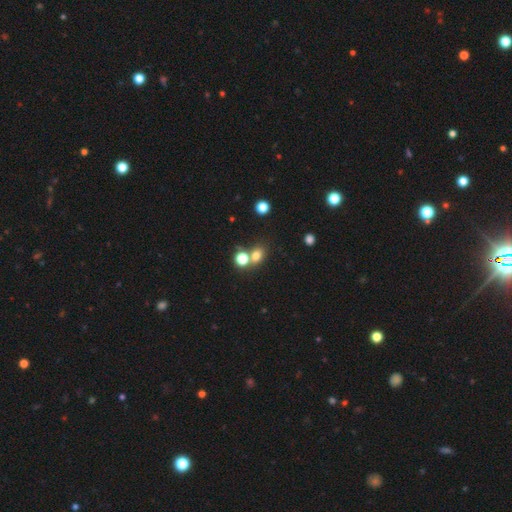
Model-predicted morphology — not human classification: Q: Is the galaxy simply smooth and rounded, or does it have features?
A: smooth — 74%.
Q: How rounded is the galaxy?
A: round — 53%.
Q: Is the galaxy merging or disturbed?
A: none — 54%.